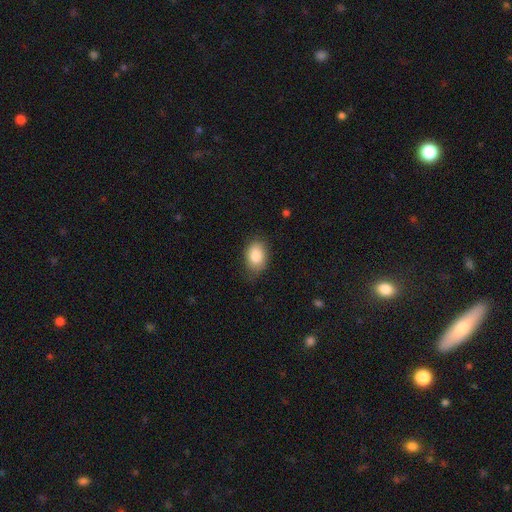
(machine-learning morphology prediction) type=smooth (86%); roundness=in between (81%); merging=none (73%).